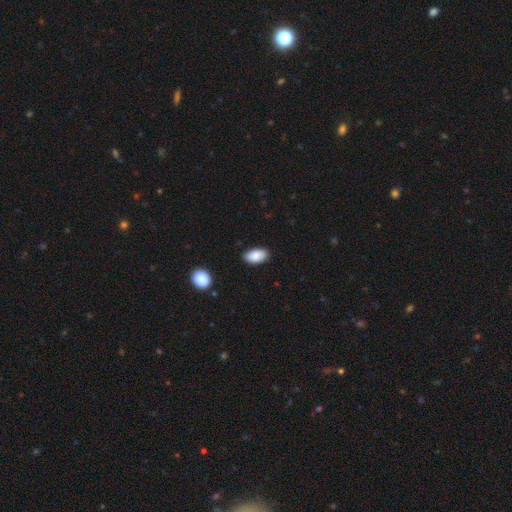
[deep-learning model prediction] The model was most divided on "merging": none: 86%, minor disturbance: 10%, major disturbance: 2%, merger: 2%. More confident: how rounded — in between (94%); smooth or featured — smooth (87%).